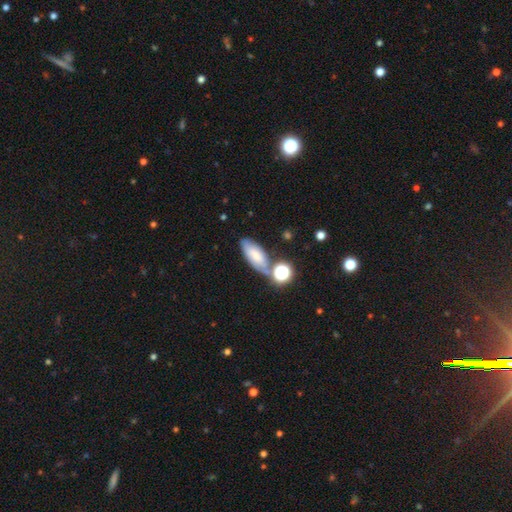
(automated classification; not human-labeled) This is likely a smooth galaxy (62%). How rounded: likely in between (79%). Merging: possibly none (54%).